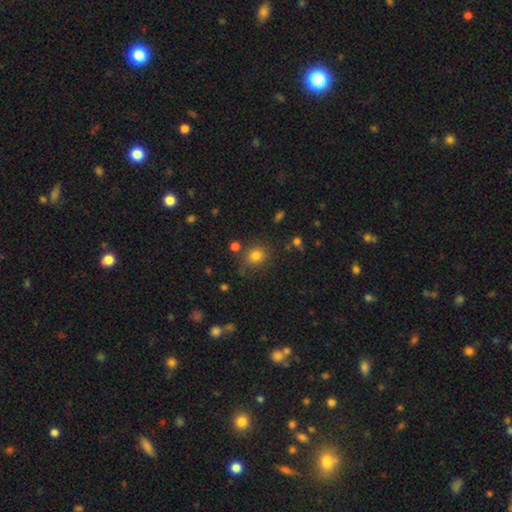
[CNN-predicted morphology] Q: Smooth or featured?
A: smooth (78%); runner-up: star or artifact (14%)
Q: How rounded?
A: round (76%); runner-up: in between (23%)
Q: Merging?
A: none (76%); runner-up: minor disturbance (14%)